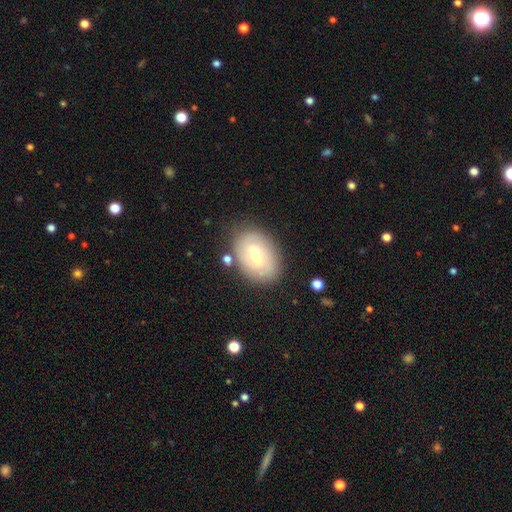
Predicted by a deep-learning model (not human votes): This appears to be a featured or disk galaxy (53%). Merging: none (80%).